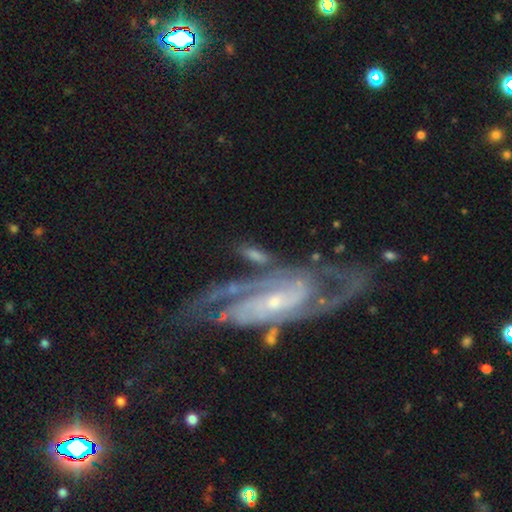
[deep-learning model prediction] Smooth or featured: featured or disk — 77% (smooth — 16%)
Edge-on disk: no — 90% (yes — 10%)
Bar: no — 54% (weak — 30%)
Spiral arms: yes — 93% (no — 7%)
Spiral winding: tight — 54% (medium — 36%)
Spiral arm count: 2 — 55% (can't tell — 17%)
Bulge size: small — 70% (moderate — 23%)
Merging: none — 59% (minor disturbance — 20%)